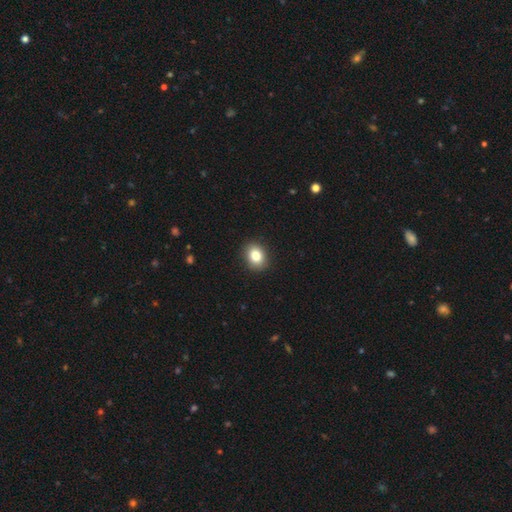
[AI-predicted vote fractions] Smooth or featured: smooth — 84% (star or artifact — 9%)
How rounded: in between — 50% (round — 49%)
Merging: none — 90% (minor disturbance — 7%)